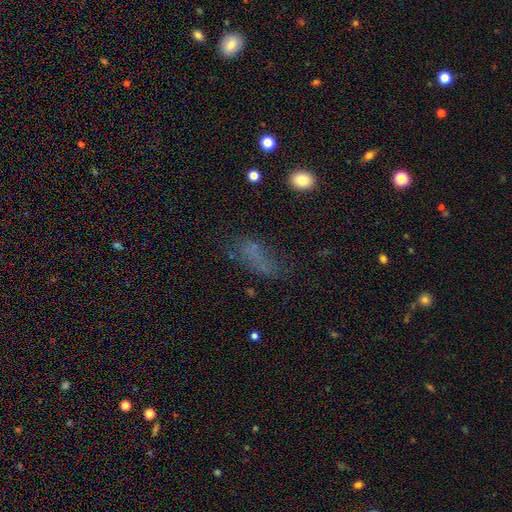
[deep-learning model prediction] This is possibly a smooth galaxy (55%). How rounded: likely in between (71%). Merging: possibly none (47%).